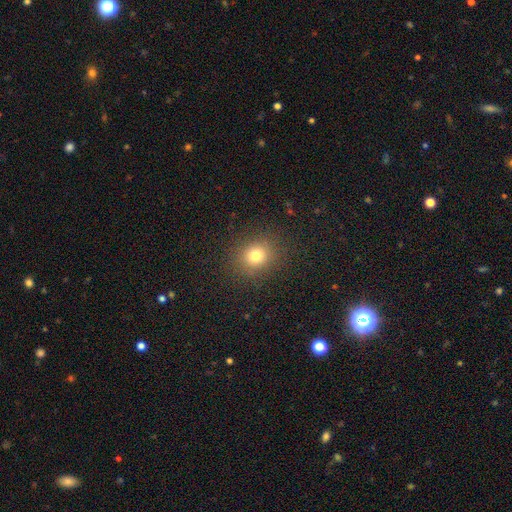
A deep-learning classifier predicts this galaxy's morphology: A smooth galaxy with no disk features (77%) that is round (76%).

Vote fractions:
- Smooth or featured? smooth: 77% / star or artifact: 16% / featured or disk: 8%
- How rounded? round: 76% / in between: 23% / cigar-shaped: 1%
- Merging? none: 87% / minor disturbance: 8% / major disturbance: 4% / merger: 1%